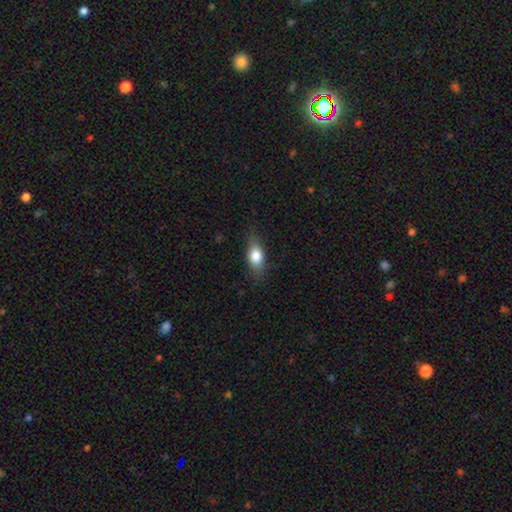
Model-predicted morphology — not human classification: This is likely a smooth galaxy (74%). How rounded: likely in between (76%). Merging: likely none (77%).